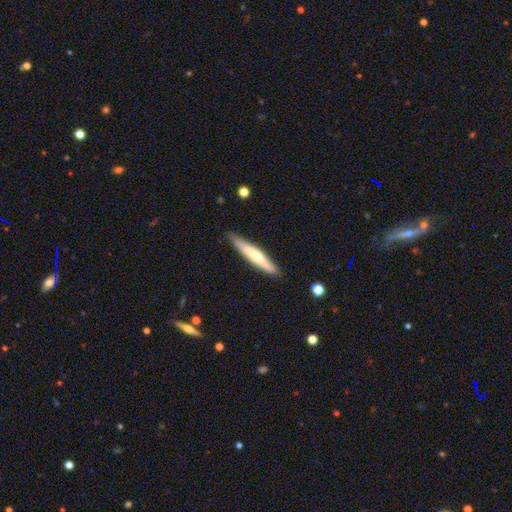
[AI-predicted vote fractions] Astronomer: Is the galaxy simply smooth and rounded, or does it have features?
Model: smooth — 62%.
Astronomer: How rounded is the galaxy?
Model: cigar-shaped — 92%.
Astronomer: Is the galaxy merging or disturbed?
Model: none — 85%.